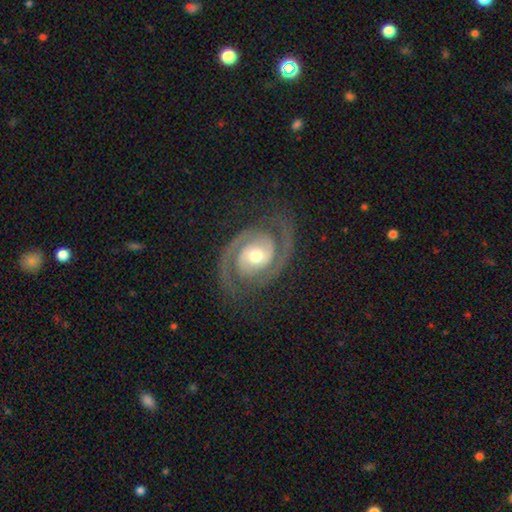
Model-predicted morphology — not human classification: Smooth or featured: featured or disk — 92% (star or artifact — 4%)
Edge-on disk: no — 98% (yes — 2%)
Bar: no — 62% (weak — 26%)
Spiral arms: yes — 98% (no — 2%)
Spiral winding: tight — 55% (medium — 39%)
Spiral arm count: 2 — 93% (can't tell — 2%)
Bulge size: moderate — 69% (small — 23%)
Merging: none — 82% (minor disturbance — 12%)